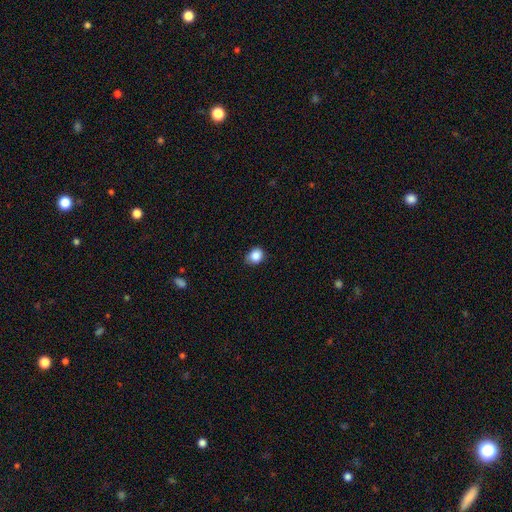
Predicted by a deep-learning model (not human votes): This appears to be a smooth galaxy with no disk features (87%) that is round (53%). Merging: none (76%).